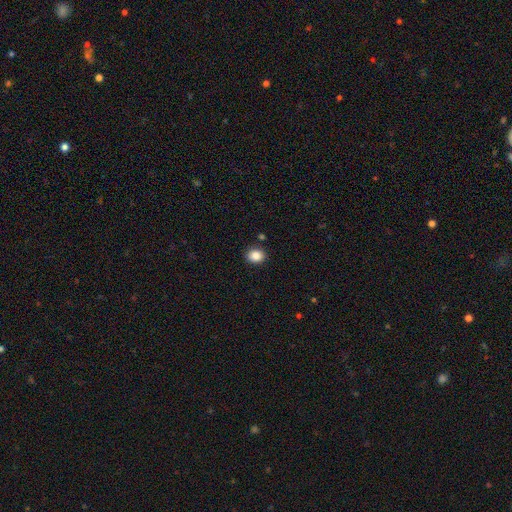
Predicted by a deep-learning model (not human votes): Smooth or featured: smooth — 85% (star or artifact — 9%)
How rounded: round — 61% (in between — 39%)
Merging: none — 89% (minor disturbance — 7%)